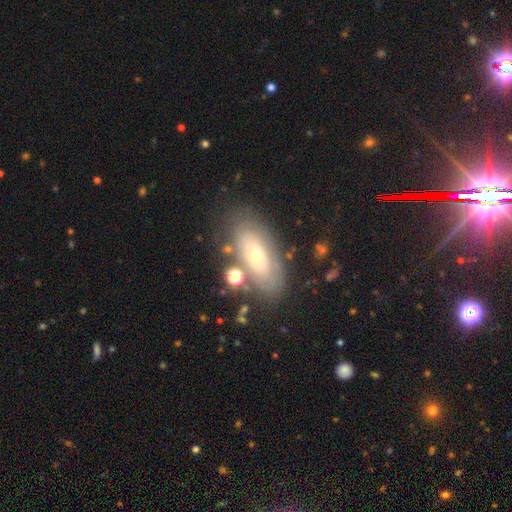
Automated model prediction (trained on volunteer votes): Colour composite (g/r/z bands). It shows a featured or disk galaxy (53%). Merging: none (72%).